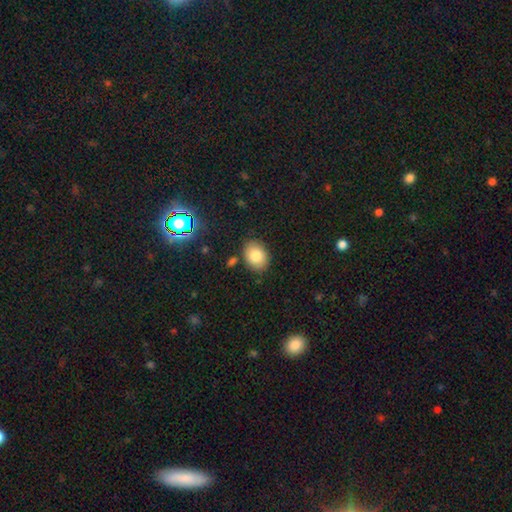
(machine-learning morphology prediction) Overall: smooth (81%). How rounded: in between (61%; round 38%). Merging: none (83%).